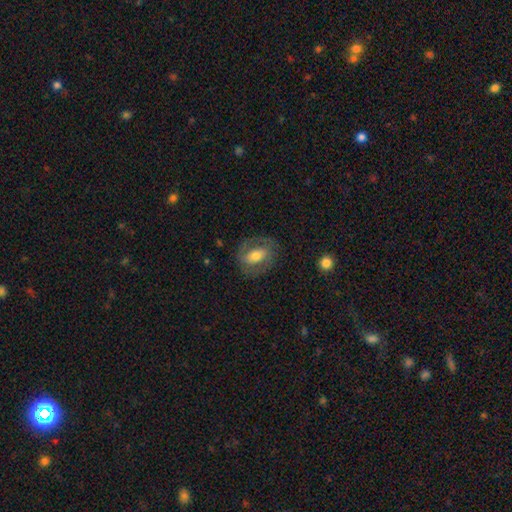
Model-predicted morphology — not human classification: Smooth or featured?
  - featured or disk: 58% *
  - smooth: 35%
  - star or artifact: 7%
Edge-on disk?
  - no: 94% *
  - yes: 6%
Bar?
  - weak: 36% *
  - no: 32%
  - strong: 32%
Spiral arms?
  - yes: 65% *
  - no: 35%
Bulge size?
  - moderate: 65% *
  - small: 20%
  - large: 12%
  - none: 1%
  - dominant: 1%
Merging?
  - none: 75% *
  - minor disturbance: 15%
  - major disturbance: 9%
  - merger: 1%